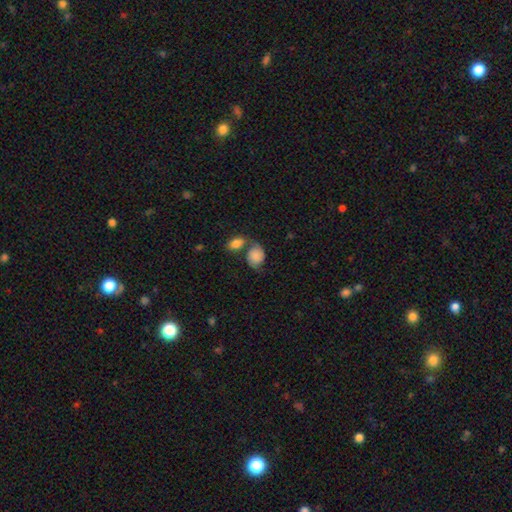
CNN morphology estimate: This is likely a smooth galaxy (66%). How rounded: likely in between (61%). Merging: marginally none (37%).